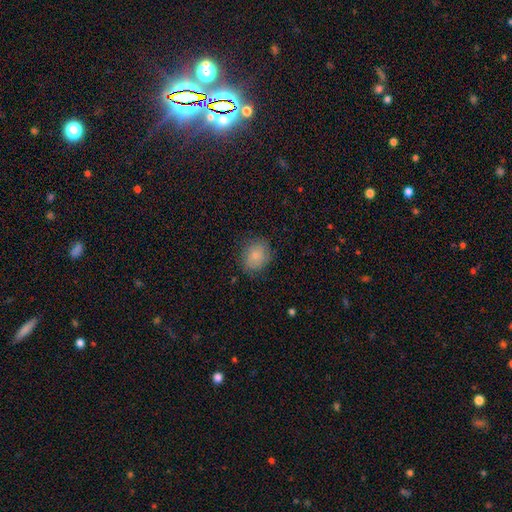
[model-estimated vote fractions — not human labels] Q: Smooth or featured?
A: smooth (76%); runner-up: featured or disk (16%)
Q: How rounded?
A: round (56%); runner-up: in between (43%)
Q: Merging?
A: none (78%); runner-up: minor disturbance (17%)